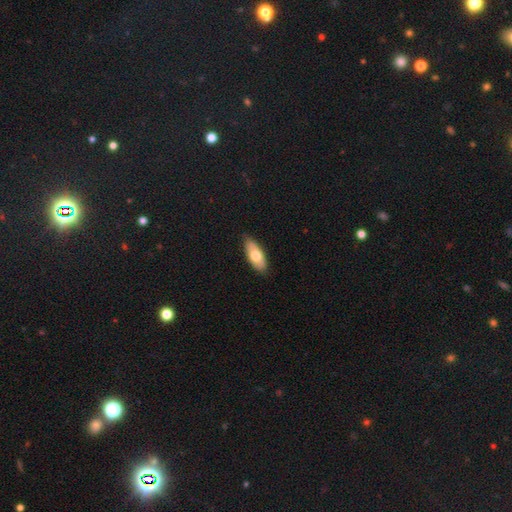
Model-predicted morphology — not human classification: A smooth galaxy with no disk features (68%) that is in between round and cigar-shaped (83%). Merging: none (81%).